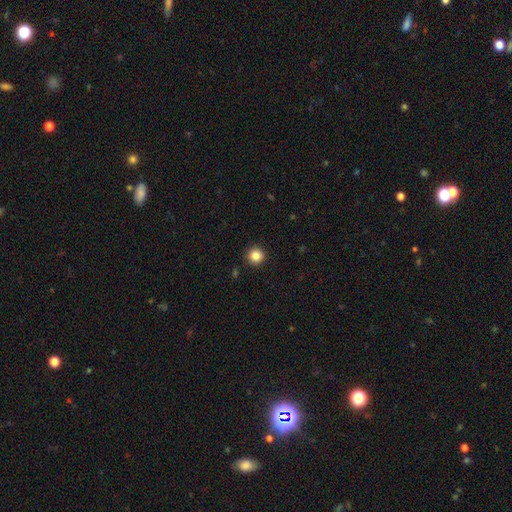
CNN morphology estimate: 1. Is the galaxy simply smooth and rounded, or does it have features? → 86% smooth, 11% star or artifact, 4% featured or disk.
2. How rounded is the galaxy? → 95% round, 4% in between, 1% cigar-shaped.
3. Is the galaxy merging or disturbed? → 93% none, 5% minor disturbance, 2% major disturbance, 1% merger.